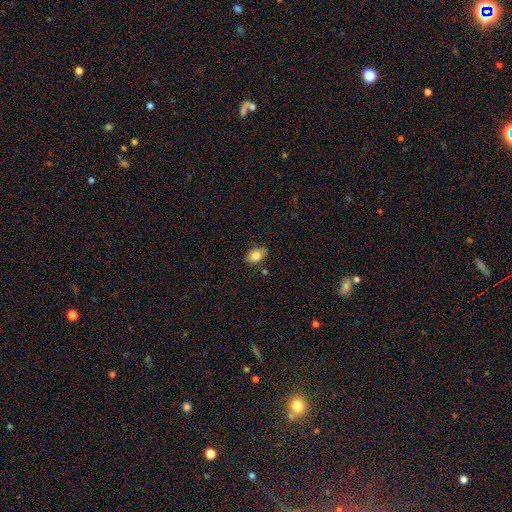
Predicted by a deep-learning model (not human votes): Overall: smooth (83%). How rounded: in between (84%). Merging: none (76%).